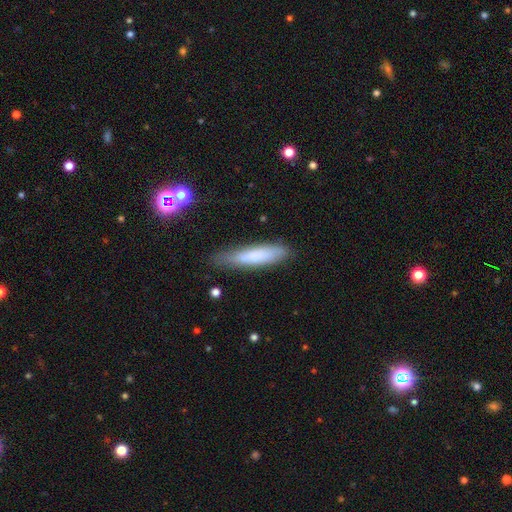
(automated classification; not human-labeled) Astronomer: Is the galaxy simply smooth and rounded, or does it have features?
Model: smooth — 74%.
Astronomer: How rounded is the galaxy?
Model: cigar-shaped — 81%.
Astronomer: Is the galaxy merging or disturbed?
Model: none — 73%.